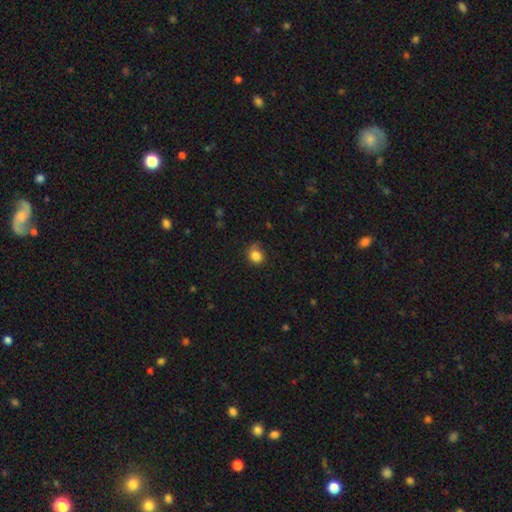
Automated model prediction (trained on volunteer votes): The model was most divided on "merging": none: 68%, minor disturbance: 24%, major disturbance: 6%, merger: 2%. More confident: smooth or featured — smooth (84%); how rounded — round (77%).